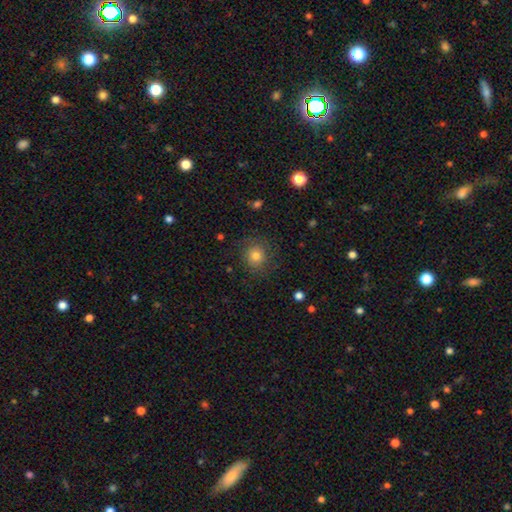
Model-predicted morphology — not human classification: smooth 74%, featured or disk 14%, star or artifact 12%. Down the decision tree: how rounded — round (88%); merging — none (80%).